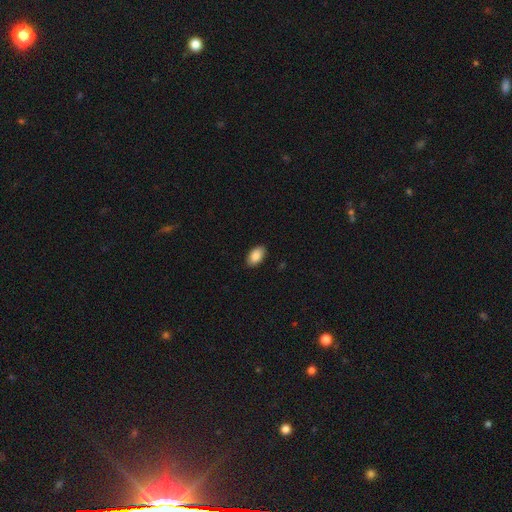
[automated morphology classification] Smooth or featured? smooth (88%)
How rounded? in between (94%)
Merging? none (89%)